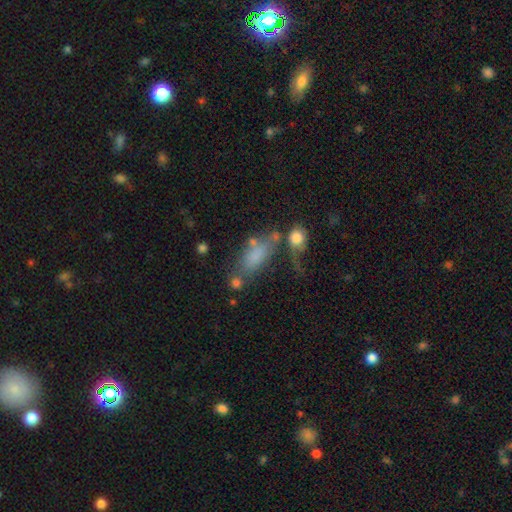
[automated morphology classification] type=smooth (69%); roundness=in between (76%); merging=none (33%).